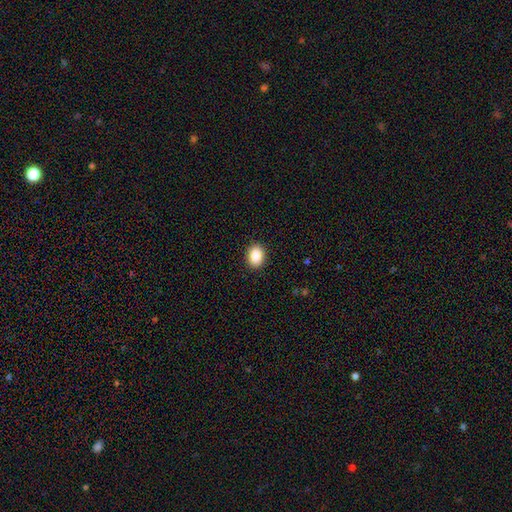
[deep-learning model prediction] The model was most divided on "how rounded": in between: 66%, round: 33%, cigar-shaped: 1%. More confident: merging — none (91%); smooth or featured — smooth (89%).